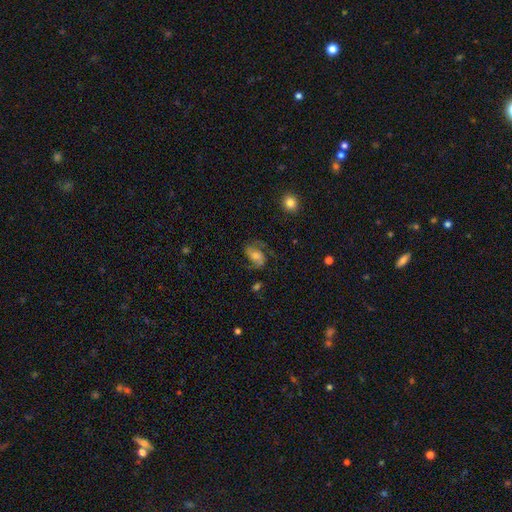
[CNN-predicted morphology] Smooth or featured? featured or disk (74%)
Edge-on disk? no (98%)
Bar? no (54%)
Spiral arms? yes (93%)
Spiral winding? medium (49%)
Spiral arm count? 2 (88%)
Bulge size? moderate (40%)
Merging? none (63%)